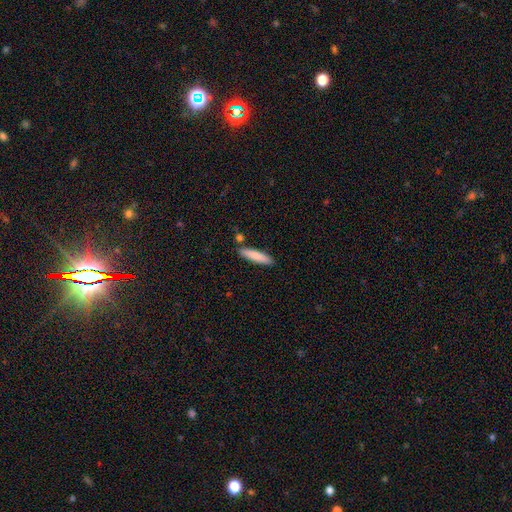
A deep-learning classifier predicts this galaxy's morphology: The model was most divided on "how rounded": cigar-shaped: 79%, in between: 19%, round: 1%. More confident: merging — none (83%); smooth or featured — smooth (83%).